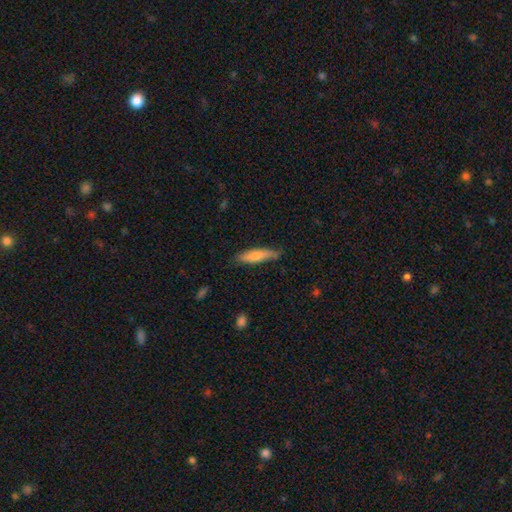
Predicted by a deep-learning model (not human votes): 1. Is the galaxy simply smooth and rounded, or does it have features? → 63% smooth, 30% featured or disk, 6% star or artifact.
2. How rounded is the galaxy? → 84% cigar-shaped, 15% in between, 2% round.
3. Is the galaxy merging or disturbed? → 80% none, 16% minor disturbance, 2% major disturbance, 1% merger.